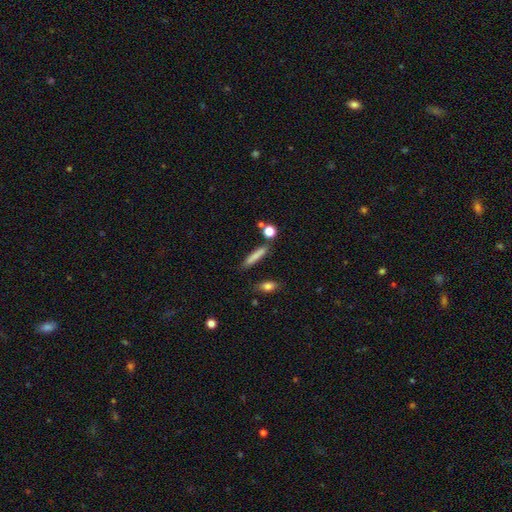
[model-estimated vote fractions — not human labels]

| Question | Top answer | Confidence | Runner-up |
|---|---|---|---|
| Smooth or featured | smooth | 79% | featured or disk (13%) |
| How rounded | cigar-shaped | 82% | in between (13%) |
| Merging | none | 81% | minor disturbance (10%) |